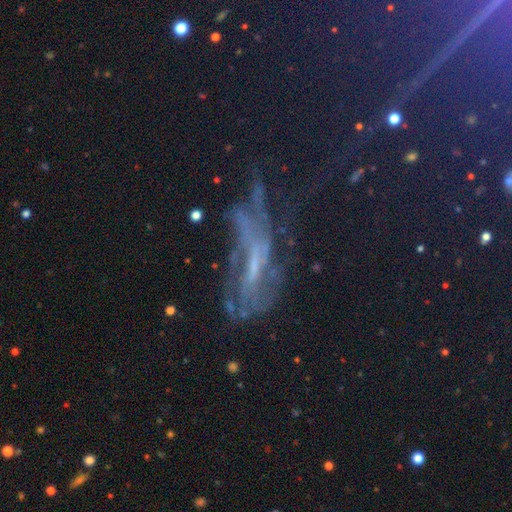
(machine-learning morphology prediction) star or artifact 43%, featured or disk 39%, smooth 18%.